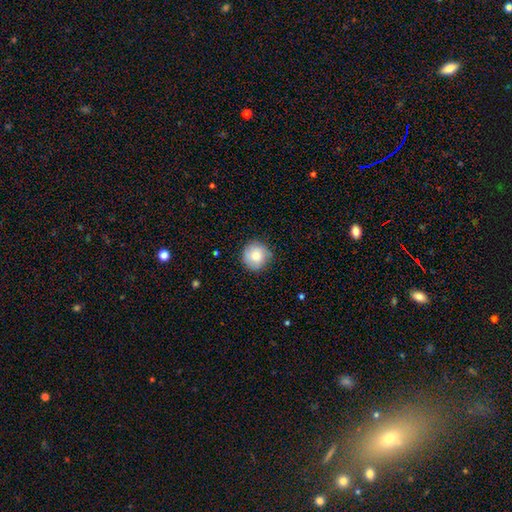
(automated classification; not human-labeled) smooth 81%, featured or disk 11%, star or artifact 8%. Down the decision tree: how rounded — round (94%); merging — none (82%).